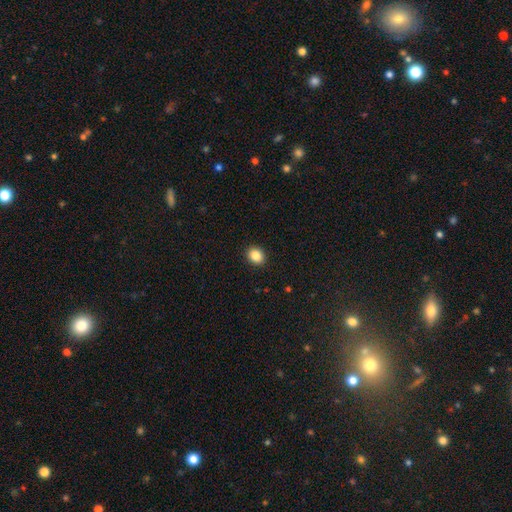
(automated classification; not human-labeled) A smooth galaxy with no disk features (86%) that is round (56%). Merging: none (91%).